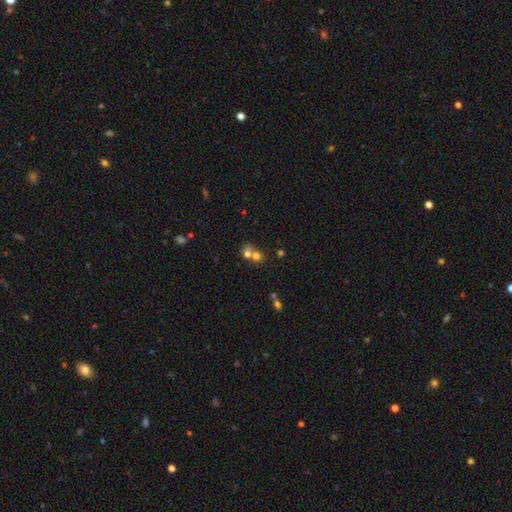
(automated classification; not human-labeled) Smooth or featured? Predicted: smooth (p=0.67). How rounded? Predicted: round (p=0.76). Merging? Predicted: merger (p=0.58).